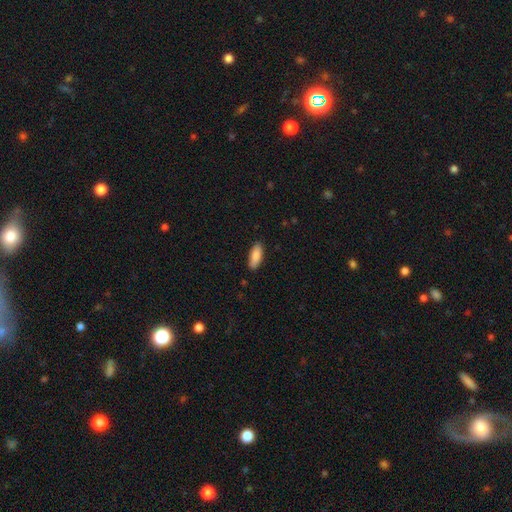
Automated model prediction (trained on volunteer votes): Smooth or featured: smooth — 87% (featured or disk — 7%)
How rounded: in between — 72% (cigar-shaped — 27%)
Merging: none — 86% (minor disturbance — 11%)